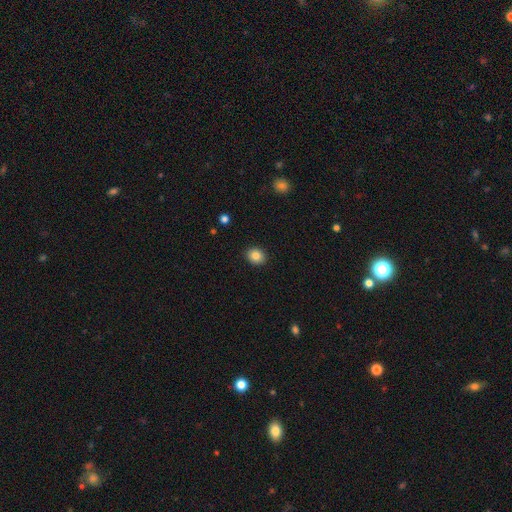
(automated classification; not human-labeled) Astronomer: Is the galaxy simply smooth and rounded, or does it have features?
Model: smooth — 84%.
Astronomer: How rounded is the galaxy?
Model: round — 59% (runner-up: in between, 40%).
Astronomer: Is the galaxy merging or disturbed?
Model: none — 90%.